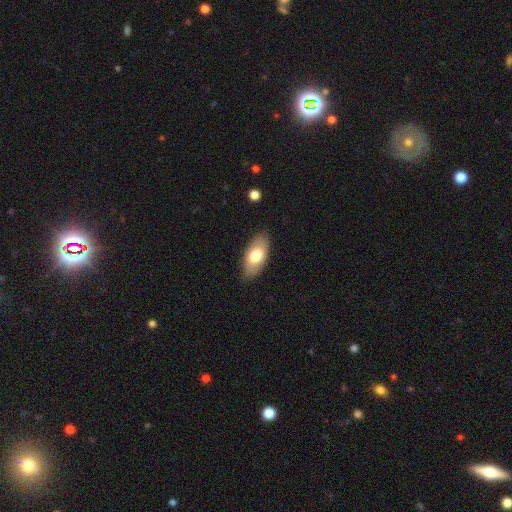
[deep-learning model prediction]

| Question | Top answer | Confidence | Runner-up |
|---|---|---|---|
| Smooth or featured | smooth | 73% | featured or disk (21%) |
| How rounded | in between | 89% | cigar-shaped (8%) |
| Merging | none | 86% | minor disturbance (11%) |